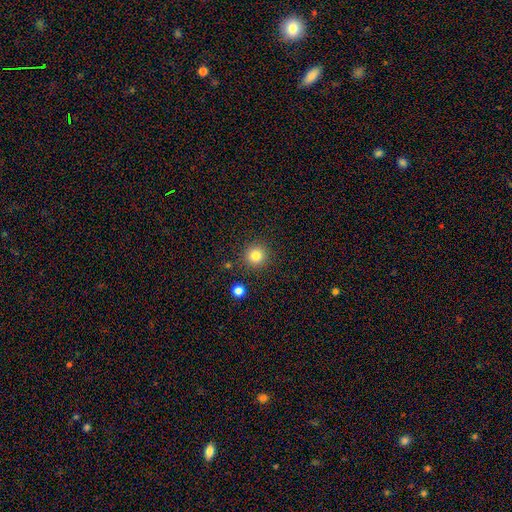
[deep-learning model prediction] A smooth galaxy with no disk features (83%) that is round (95%). Merging: none (89%).